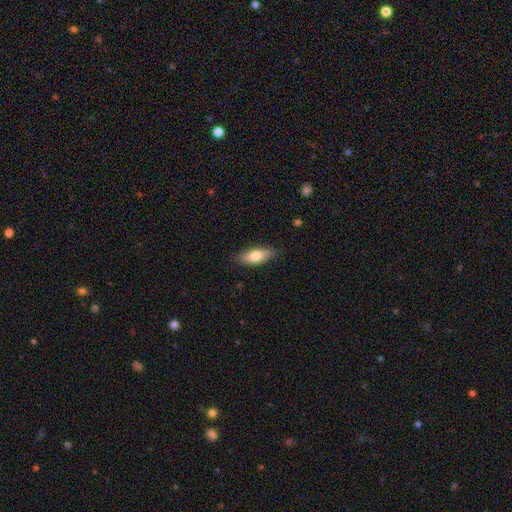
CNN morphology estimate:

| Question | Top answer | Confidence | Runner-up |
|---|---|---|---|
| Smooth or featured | smooth | 68% | featured or disk (26%) |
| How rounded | in between | 69% | cigar-shaped (28%) |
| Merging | none | 84% | minor disturbance (13%) |